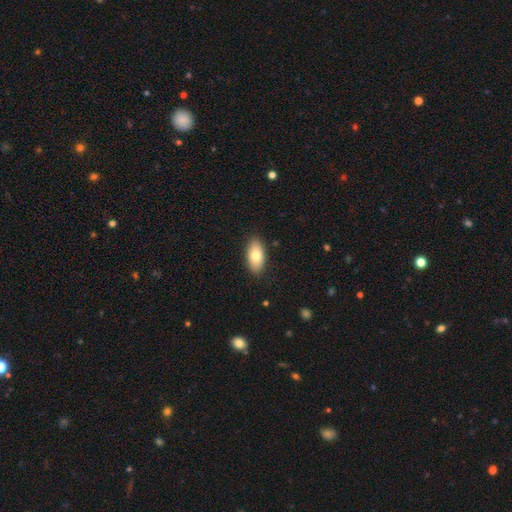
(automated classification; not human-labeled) A smooth galaxy with no disk features (78%) that is in between round and cigar-shaped (93%). Merging: none (88%).